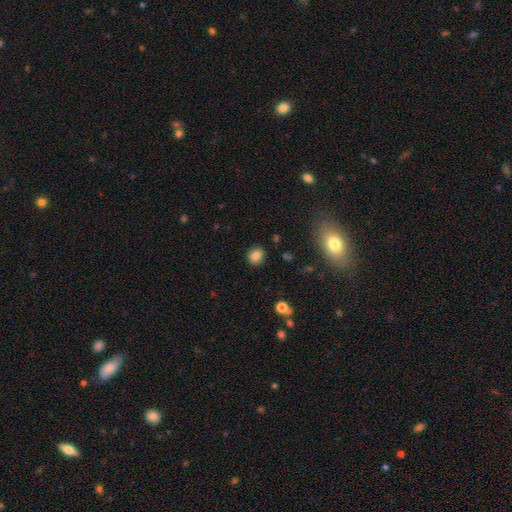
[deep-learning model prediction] The model was most divided on "how rounded": round: 72%, in between: 27%, cigar-shaped: 1%. More confident: merging — none (89%); smooth or featured — smooth (83%).